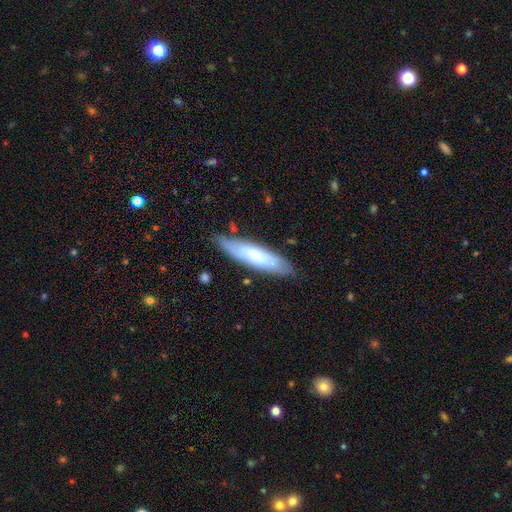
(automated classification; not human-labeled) This appears to be a smooth galaxy with no disk features (60%) that is cigar-shaped (71%). Merging: none (78%).